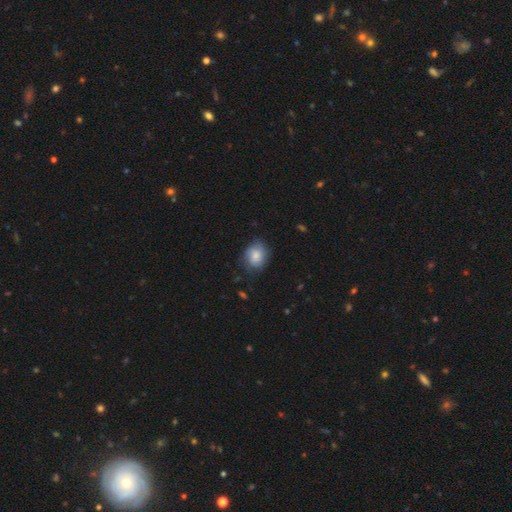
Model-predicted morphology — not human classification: A smooth galaxy with no disk features (78%) that is round (52%). Merging: none (71%).